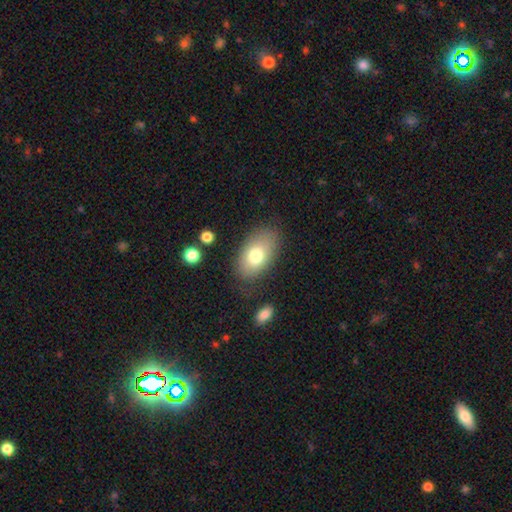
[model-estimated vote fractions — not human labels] This appears to be a smooth galaxy with no disk features (75%) that is in between round and cigar-shaped (91%). Merging: none (79%).